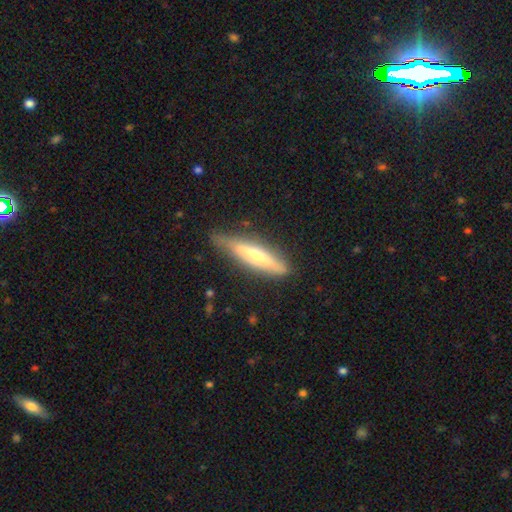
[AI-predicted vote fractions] A featured or disk galaxy (54%) viewed edge-on (88%).

Vote fractions:
- Smooth or featured? featured or disk: 54% / smooth: 39% / star or artifact: 7%
- Edge-on disk? yes: 88% / no: 12%
- Merging? none: 78% / minor disturbance: 17% / major disturbance: 3% / merger: 2%